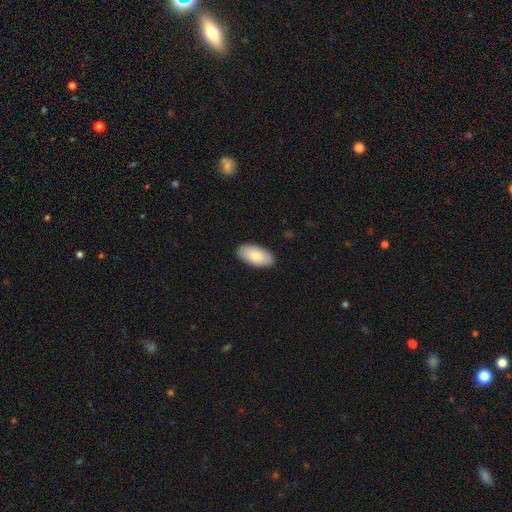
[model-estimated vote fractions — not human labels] Smooth or featured?
  - smooth: 85% *
  - featured or disk: 10%
  - star or artifact: 5%
How rounded?
  - in between: 96% *
  - cigar-shaped: 2%
  - round: 2%
Merging?
  - none: 89% *
  - minor disturbance: 8%
  - major disturbance: 2%
  - merger: 1%